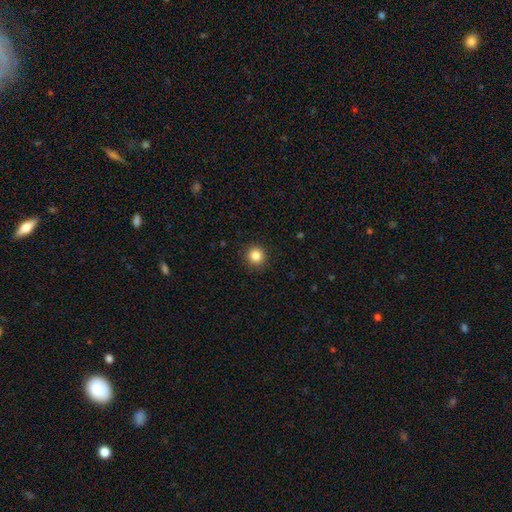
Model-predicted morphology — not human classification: smooth-or-featured: smooth: 84% | star or artifact: 11% | featured or disk: 5%
  how-rounded: round: 93% | in between: 6% | cigar-shaped: 1%
  merging: none: 92% | minor disturbance: 6% | major disturbance: 2% | merger: 1%